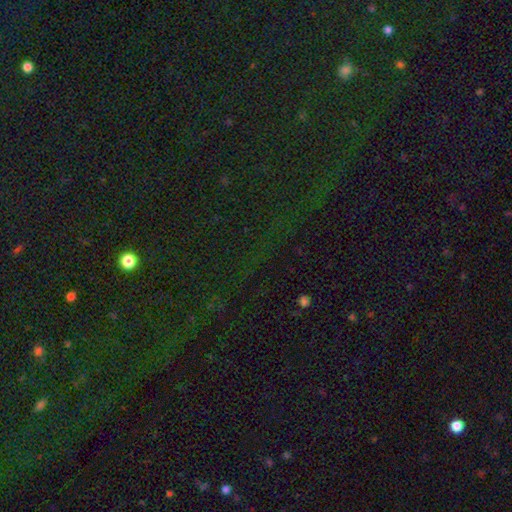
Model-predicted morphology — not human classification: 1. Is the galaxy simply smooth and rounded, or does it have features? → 81% star or artifact, 12% smooth, 7% featured or disk.